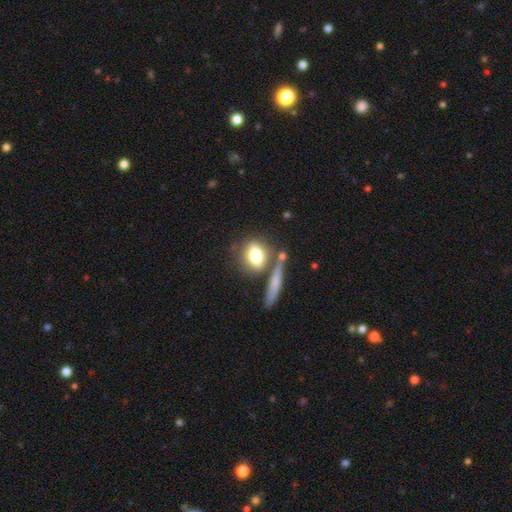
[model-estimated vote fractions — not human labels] Q: Smooth or featured?
A: smooth (70%); runner-up: featured or disk (21%)
Q: How rounded?
A: in between (54%); runner-up: round (37%)
Q: Merging?
A: none (60%); runner-up: merger (20%)